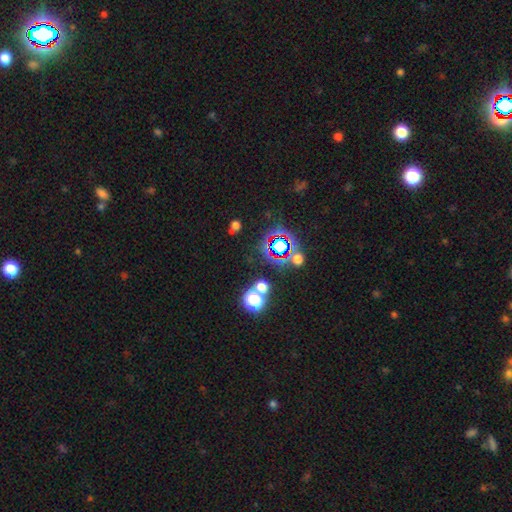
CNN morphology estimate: Overall: star or artifact (74%).